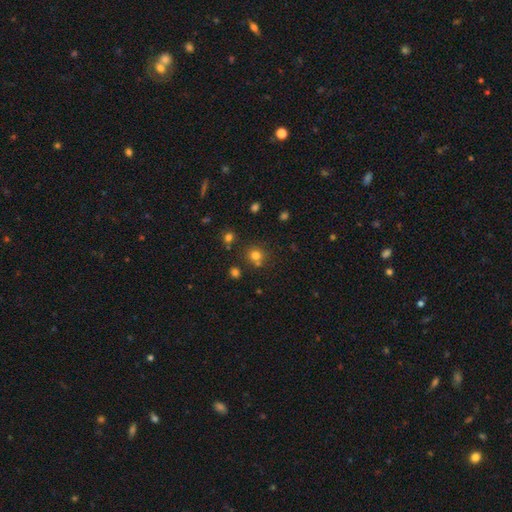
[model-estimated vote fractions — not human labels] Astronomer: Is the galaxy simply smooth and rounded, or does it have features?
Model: smooth — 73%.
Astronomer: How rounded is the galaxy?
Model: round — 87%.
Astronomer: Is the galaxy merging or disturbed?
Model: none — 68%.